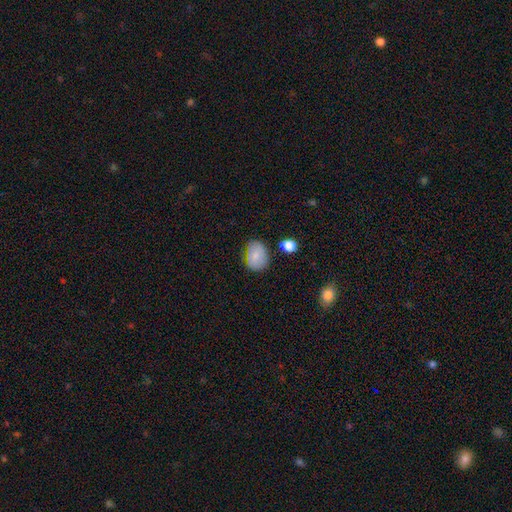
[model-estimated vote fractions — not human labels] Morphology: type=smooth (79%); roundness=in between (69%); merging=none (69%).